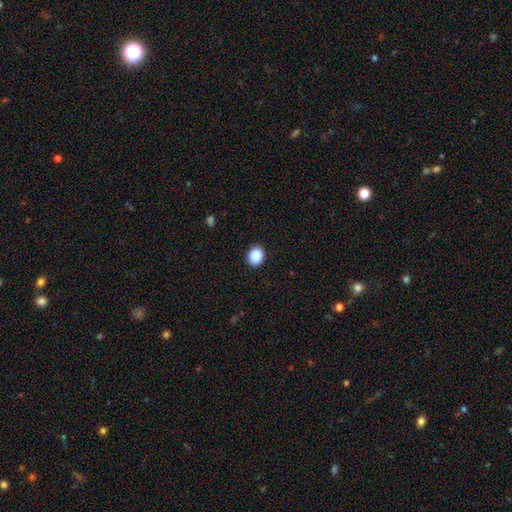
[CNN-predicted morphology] smooth 90%, star or artifact 8%, featured or disk 2%. Down the decision tree: how rounded — round (58%); merging — none (91%).